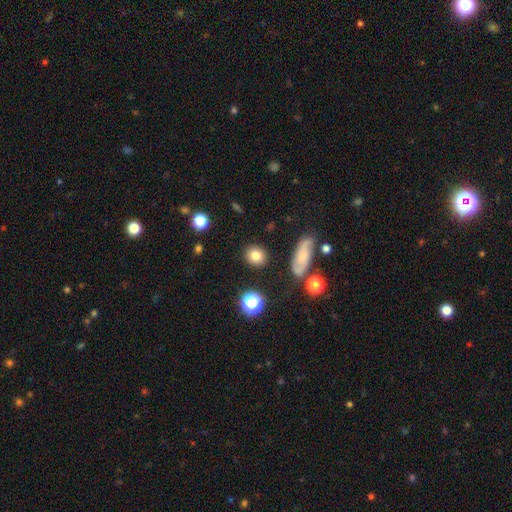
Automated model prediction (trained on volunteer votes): smooth 79%, star or artifact 11%, featured or disk 10%. Down the decision tree: how rounded — round (79%); merging — none (87%).